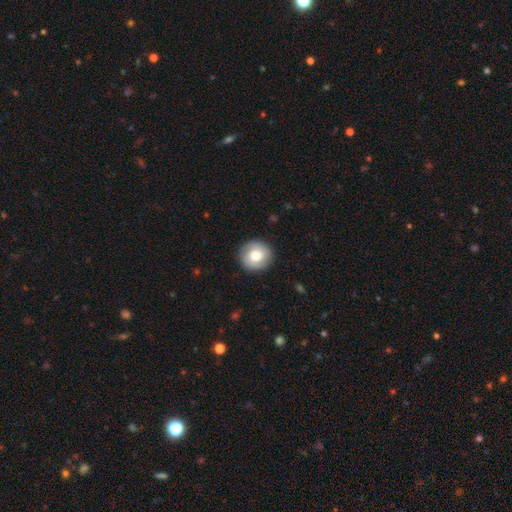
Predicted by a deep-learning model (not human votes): Overall: smooth (68%). How rounded: round (88%). Merging: none (88%).